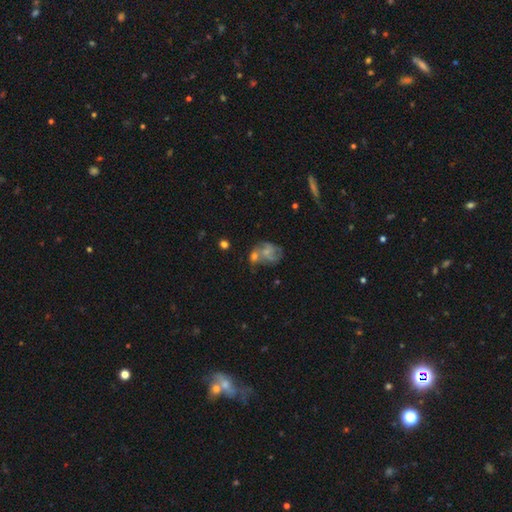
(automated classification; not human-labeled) Overall: featured or disk (53%; smooth 29%). Edge-on disk: no (95%). Bar: no (70%). Spiral arms: yes (65%; no 35%). Bulge size: small (52%; moderate 31%). Merging: none (43%; merger 33%).